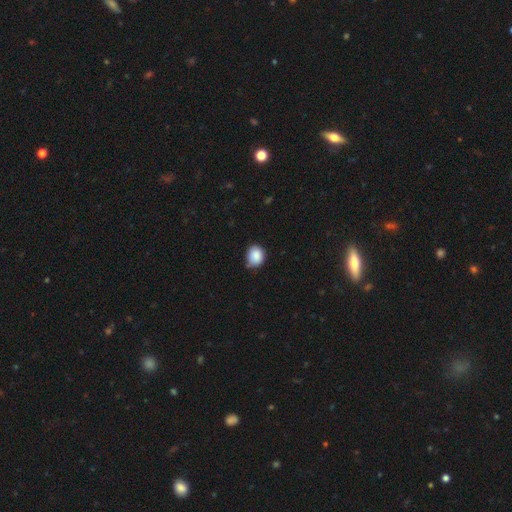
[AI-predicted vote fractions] smooth 87%, star or artifact 8%, featured or disk 5%. Down the decision tree: how rounded — round (62%); merging — none (61%).